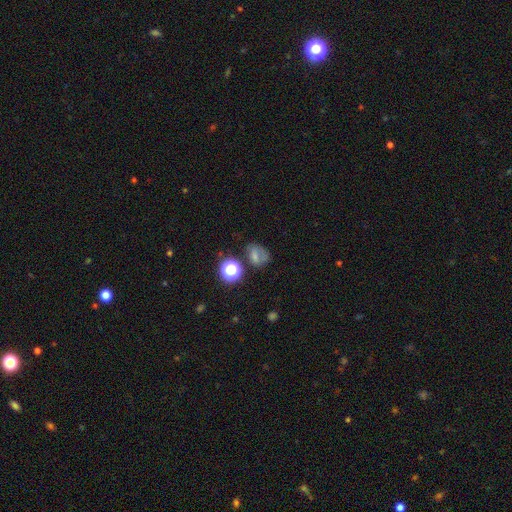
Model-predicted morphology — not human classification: Q: Smooth or featured?
A: smooth (60%); runner-up: star or artifact (23%)
Q: How rounded?
A: in between (59%); runner-up: round (40%)
Q: Merging?
A: none (55%); runner-up: minor disturbance (24%)